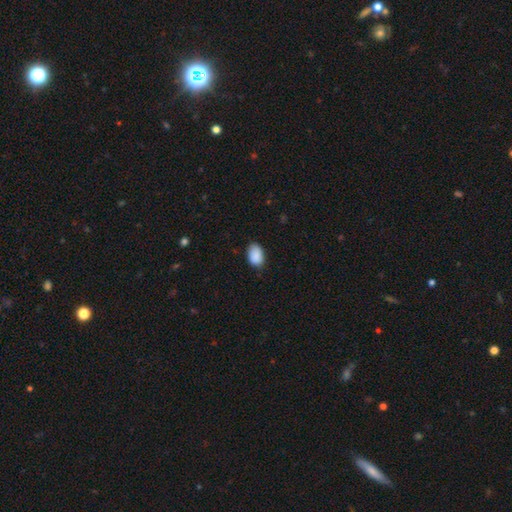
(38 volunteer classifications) Smooth or featured: smooth — 87% (star or artifact — 8%)
How rounded: in between — 94% (round — 6%)
Merging: none — 77% (minor disturbance — 23%)